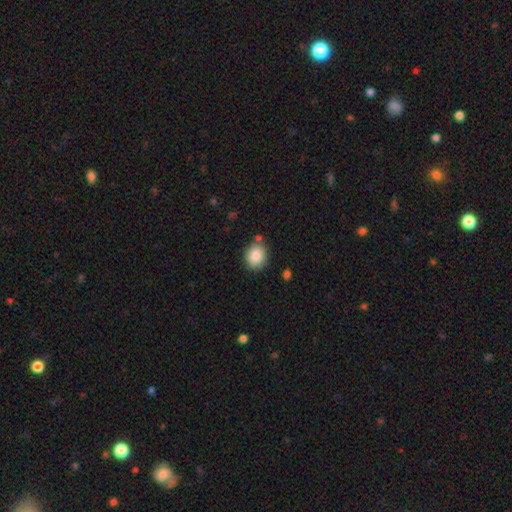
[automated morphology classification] type=smooth (87%); roundness=round (61%); merging=none (78%).